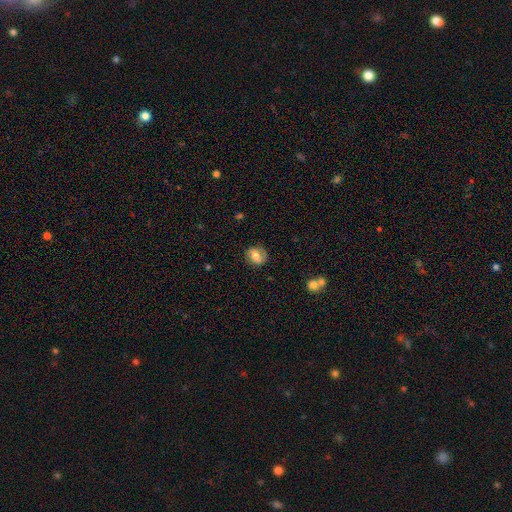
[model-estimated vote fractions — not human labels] This appears to be a smooth galaxy with no disk features (60%) that is round (52%). Merging: none (80%).